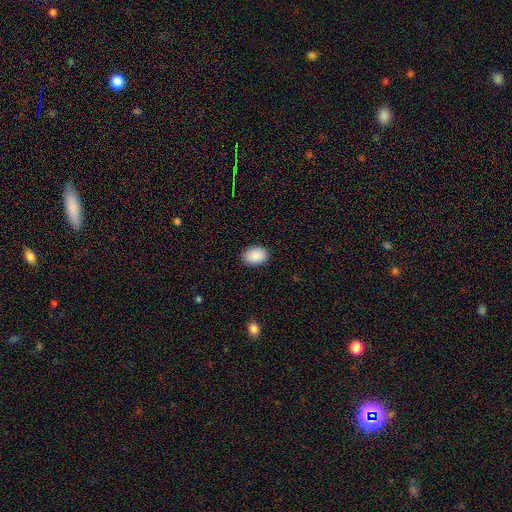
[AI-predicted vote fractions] Smooth or featured: smooth — 90% (star or artifact — 7%)
How rounded: in between — 80% (round — 19%)
Merging: none — 88% (minor disturbance — 9%)